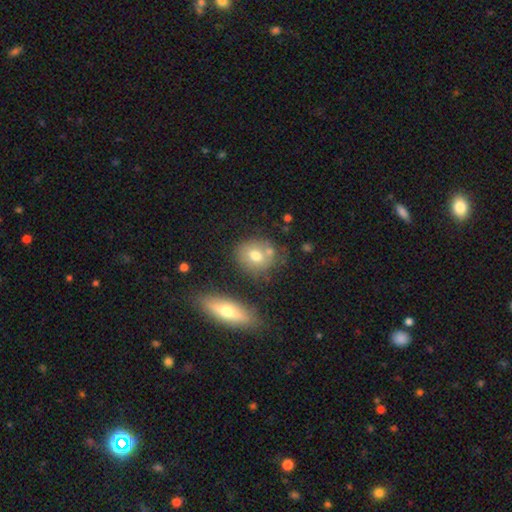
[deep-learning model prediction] Smooth or featured? smooth (69%)
How rounded? round (67%)
Merging? none (61%)